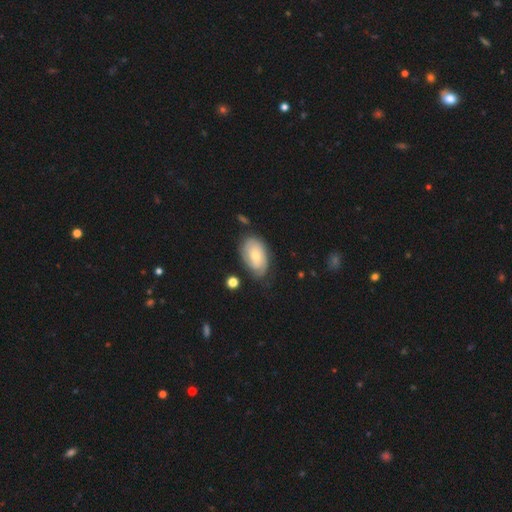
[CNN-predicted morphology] featured or disk 58%, smooth 35%, star or artifact 6%. Down the decision tree: edge-on disk — no (95%); bar — no (74%); spiral arms — yes (84%); bulge size — small (52%); merging — none (66%).